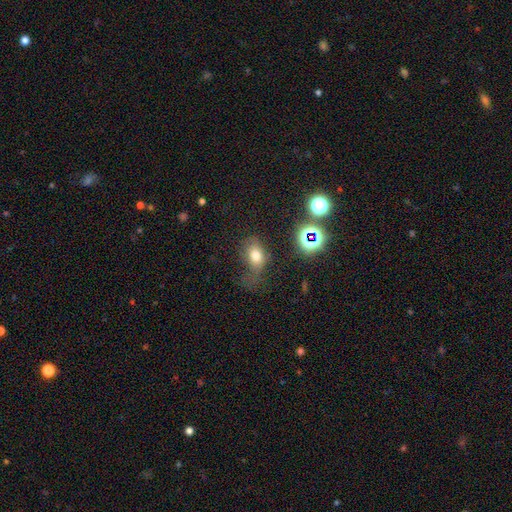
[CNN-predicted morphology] smooth 71%, star or artifact 17%, featured or disk 13%. Down the decision tree: how rounded — in between (75%); merging — none (39%).